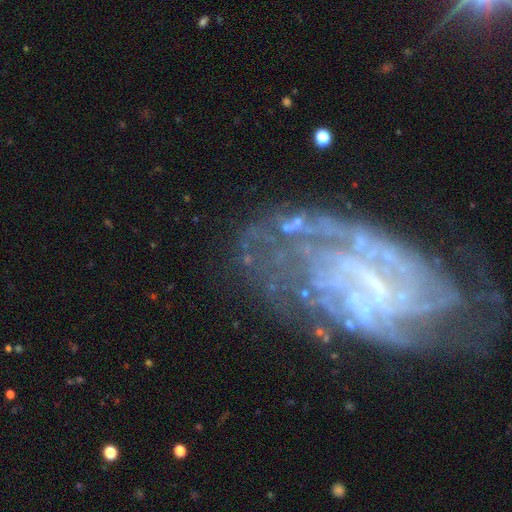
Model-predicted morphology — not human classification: featured or disk 80%, star or artifact 10%, smooth 10%. Down the decision tree: edge-on disk — no (96%); bar — no (42%); spiral arms — yes (84%); spiral arm count — can't tell (46%); spiral winding — tight (53%); bulge size — none (54%); merging — none (57%).